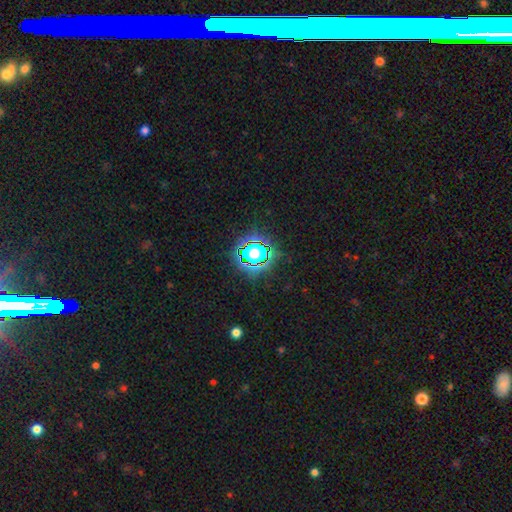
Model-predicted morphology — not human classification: type=star or artifact (62%).